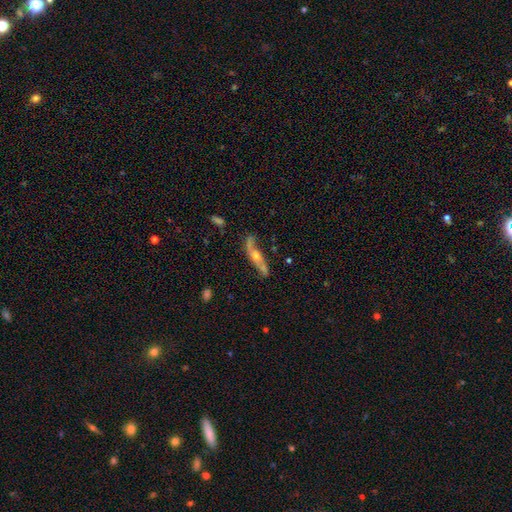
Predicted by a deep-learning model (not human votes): The model was most divided on "edge-on disk": yes: 56%, no: 44%. More confident: smooth or featured — featured or disk (70%); merging — none (60%).